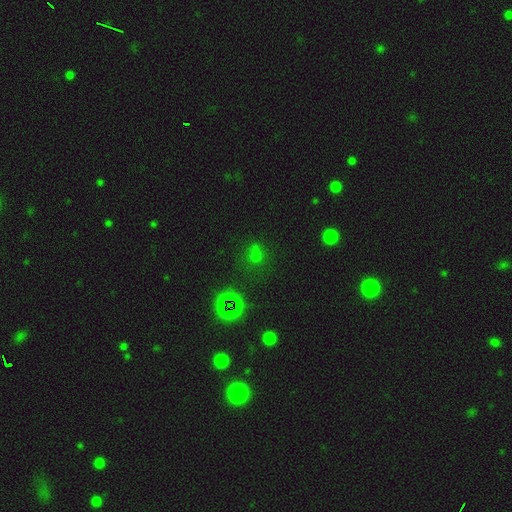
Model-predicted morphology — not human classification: smooth-or-featured: star or artifact: 47% | smooth: 44% | featured or disk: 9%